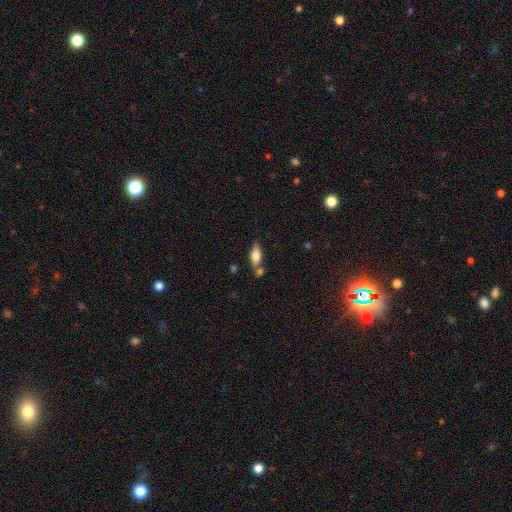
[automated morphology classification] A smooth galaxy with no disk features (65%) that is in between round and cigar-shaped (71%). Merging: none (62%).